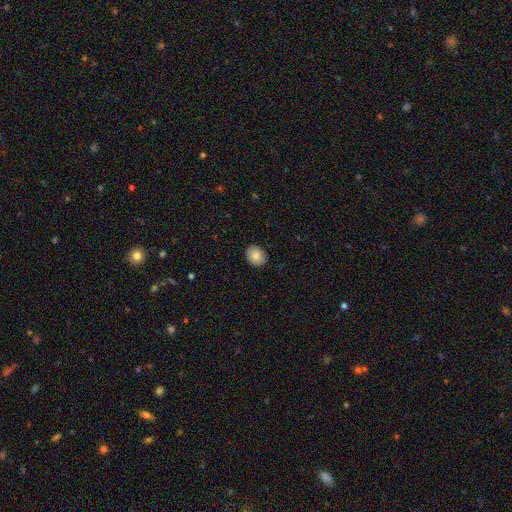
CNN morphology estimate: type=smooth (83%); roundness=round (59%); merging=none (88%).